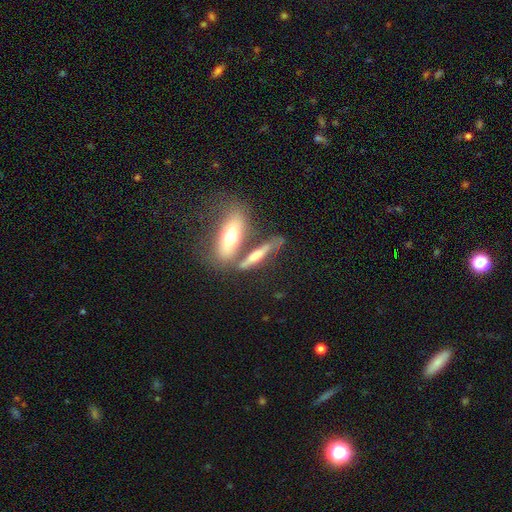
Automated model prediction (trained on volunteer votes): Morphology: type=featured or disk (48%); merging=none (49%).